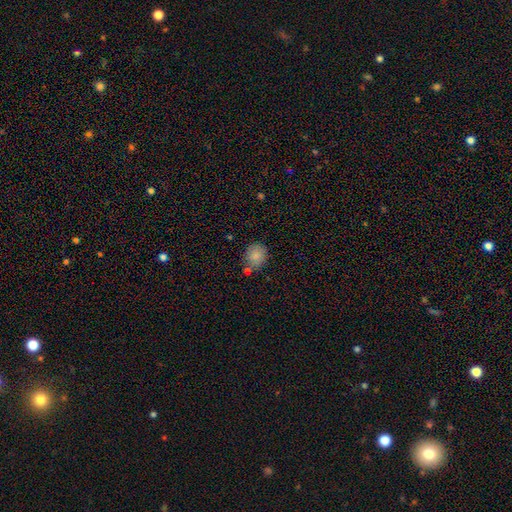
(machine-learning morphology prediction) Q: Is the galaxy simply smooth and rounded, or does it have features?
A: smooth — 85%.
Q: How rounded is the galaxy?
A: round — 67%.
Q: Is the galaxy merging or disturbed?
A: none — 72%.